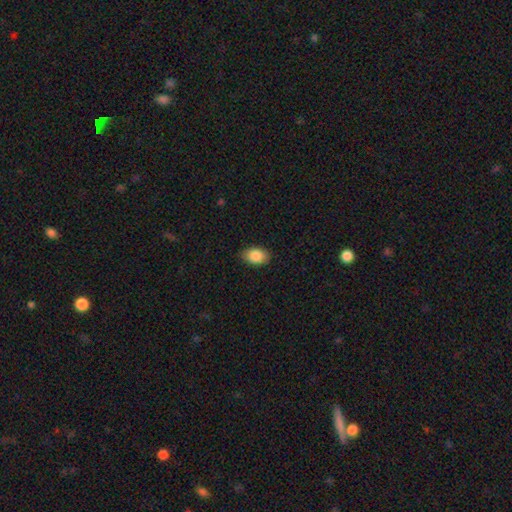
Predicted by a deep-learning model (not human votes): A smooth galaxy with no disk features (87%) that is in between round and cigar-shaped (89%). Merging: none (85%).